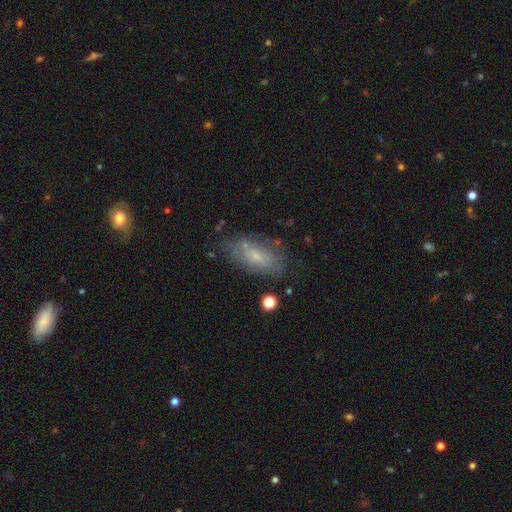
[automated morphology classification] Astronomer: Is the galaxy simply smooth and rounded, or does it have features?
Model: smooth — 53% (runner-up: featured or disk, 38%).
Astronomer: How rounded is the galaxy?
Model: in between — 87%.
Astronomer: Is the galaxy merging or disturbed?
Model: none — 65%.